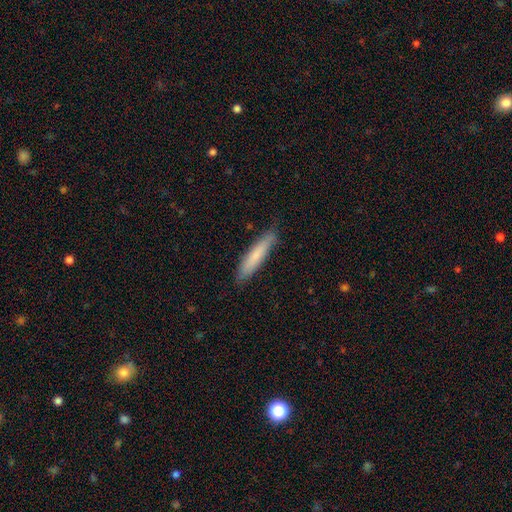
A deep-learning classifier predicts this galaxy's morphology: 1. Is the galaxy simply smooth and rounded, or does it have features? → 76% smooth, 18% featured or disk, 6% star or artifact.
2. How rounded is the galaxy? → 88% cigar-shaped, 11% in between, 1% round.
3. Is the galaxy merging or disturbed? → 85% none, 12% minor disturbance, 2% major disturbance, 1% merger.